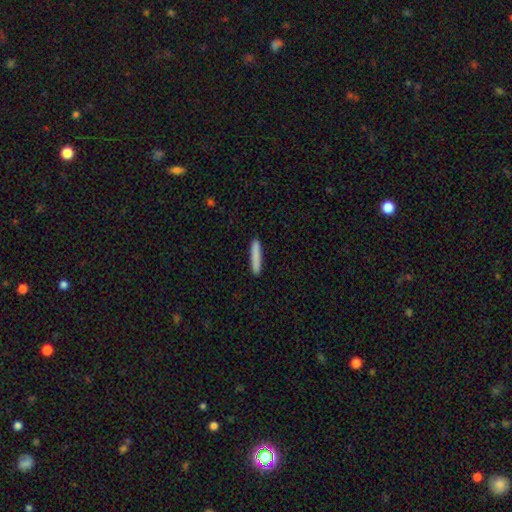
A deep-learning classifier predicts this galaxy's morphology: smooth-or-featured: smooth: 85% | featured or disk: 9% | star or artifact: 6%
  how-rounded: cigar-shaped: 93% | in between: 6% | round: 1%
  merging: none: 91% | minor disturbance: 7% | major disturbance: 2% | merger: 1%